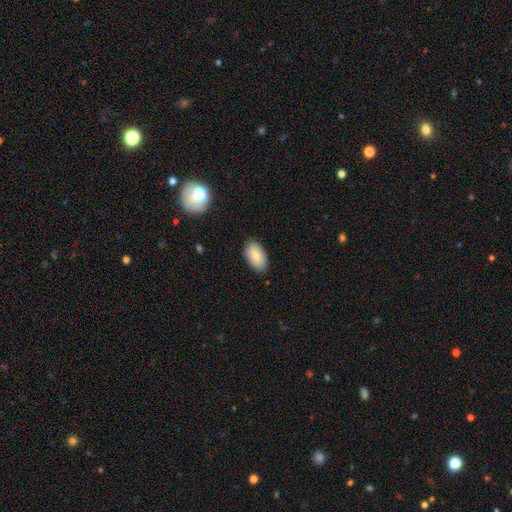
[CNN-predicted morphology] Q: Smooth or featured?
A: smooth (81%); runner-up: featured or disk (12%)
Q: How rounded?
A: in between (94%); runner-up: round (5%)
Q: Merging?
A: none (83%); runner-up: minor disturbance (13%)